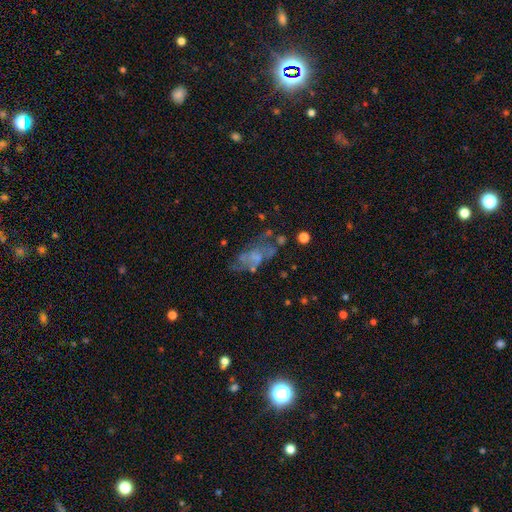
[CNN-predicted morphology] Smooth or featured: featured or disk — 58% (smooth — 27%)
Edge-on disk: no — 93% (yes — 7%)
Bar: no — 79% (weak — 17%)
Spiral arms: no — 61% (yes — 39%)
Bulge size: none — 49% (small — 30%)
Merging: none — 45% (major disturbance — 25%)